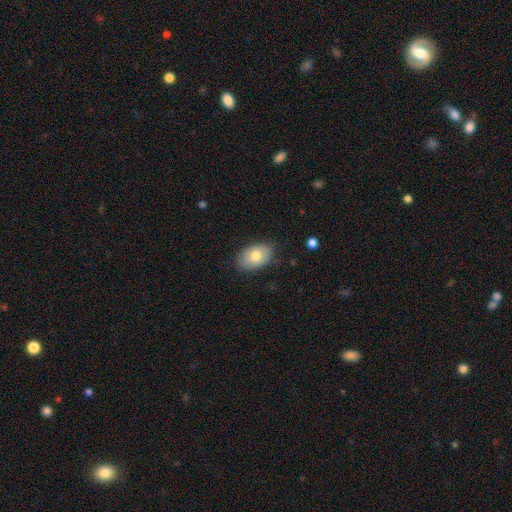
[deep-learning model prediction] smooth-or-featured: smooth: 75% | featured or disk: 18% | star or artifact: 7%
  how-rounded: in between: 88% | round: 11% | cigar-shaped: 1%
  merging: none: 81% | minor disturbance: 15% | major disturbance: 3% | merger: 1%